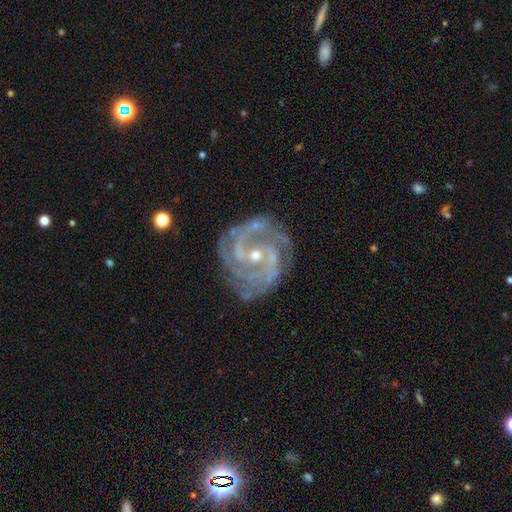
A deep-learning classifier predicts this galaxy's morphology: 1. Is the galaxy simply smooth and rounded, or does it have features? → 92% featured or disk, 5% star or artifact, 3% smooth.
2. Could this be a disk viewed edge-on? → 98% no, 2% yes.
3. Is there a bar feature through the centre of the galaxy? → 44% no, 40% weak, 16% strong.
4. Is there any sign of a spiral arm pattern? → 98% yes, 2% no.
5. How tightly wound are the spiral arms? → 62% tight, 34% medium, 5% loose.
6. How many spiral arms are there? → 33% 3, 29% 2, 14% 4, 12% can't tell, 6% more than 4, 6% 1.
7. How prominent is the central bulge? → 55% small, 42% moderate, 1% large, 1% none, 1% dominant.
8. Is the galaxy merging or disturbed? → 75% none, 17% minor disturbance, 6% major disturbance, 2% merger.